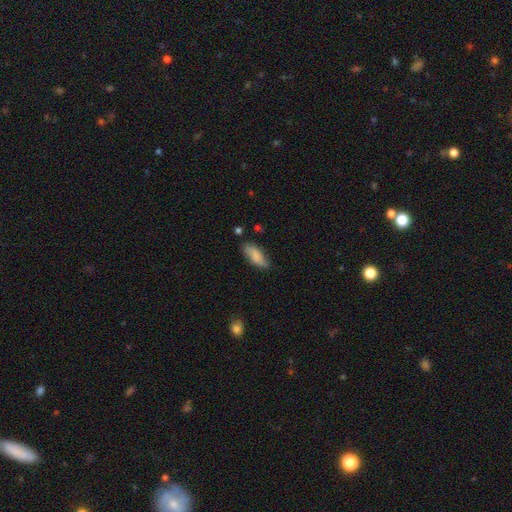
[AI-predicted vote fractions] Overall: smooth (76%). How rounded: in between (71%). Merging: none (74%).